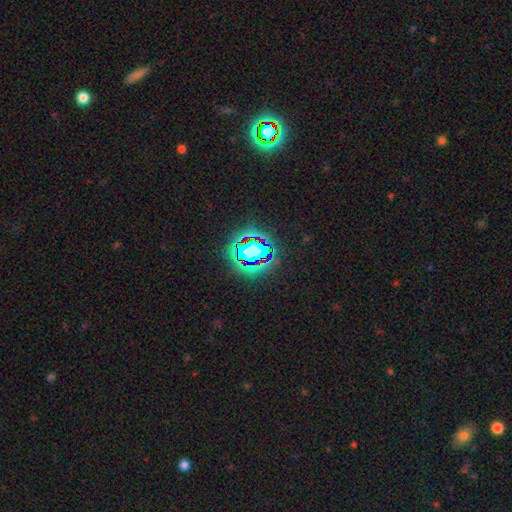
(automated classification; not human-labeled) This is clearly a star or artifact rather than a galaxy (82%).